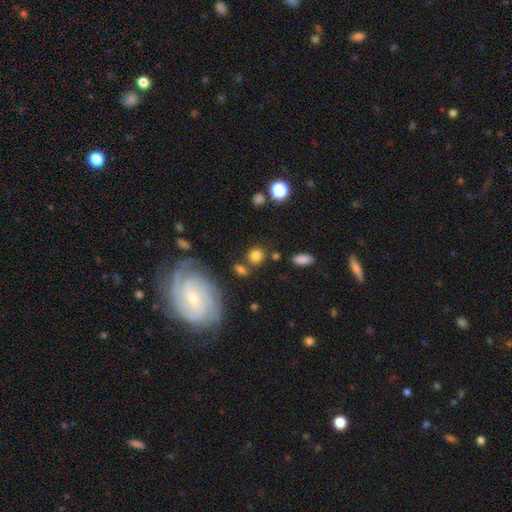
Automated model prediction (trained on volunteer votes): Q: Smooth or featured?
A: smooth (80%); runner-up: star or artifact (11%)
Q: How rounded?
A: round (80%); runner-up: in between (19%)
Q: Merging?
A: none (74%); runner-up: minor disturbance (11%)